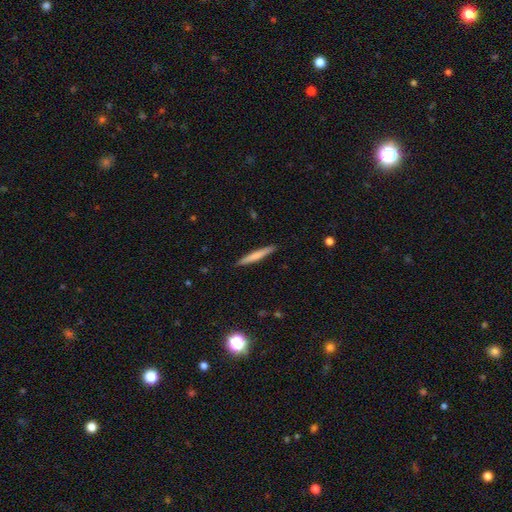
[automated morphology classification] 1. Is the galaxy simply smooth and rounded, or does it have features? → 67% smooth, 28% featured or disk, 5% star or artifact.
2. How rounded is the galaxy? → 95% cigar-shaped, 3% in between, 1% round.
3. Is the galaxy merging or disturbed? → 91% none, 7% minor disturbance, 1% major disturbance, 1% merger.